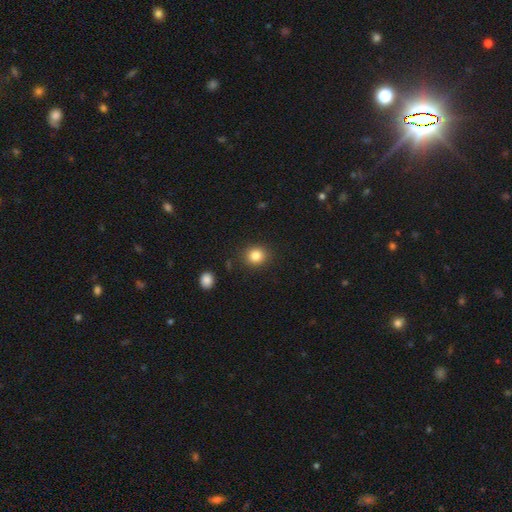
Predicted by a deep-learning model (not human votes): smooth 84%, star or artifact 11%, featured or disk 5%. Down the decision tree: how rounded — round (81%); merging — none (88%).